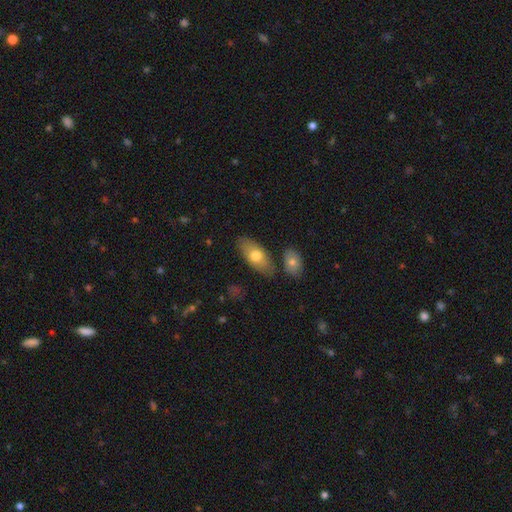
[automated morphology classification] Q: Smooth or featured?
A: smooth (70%); runner-up: featured or disk (25%)
Q: How rounded?
A: in between (87%); runner-up: cigar-shaped (10%)
Q: Merging?
A: none (77%); runner-up: minor disturbance (12%)